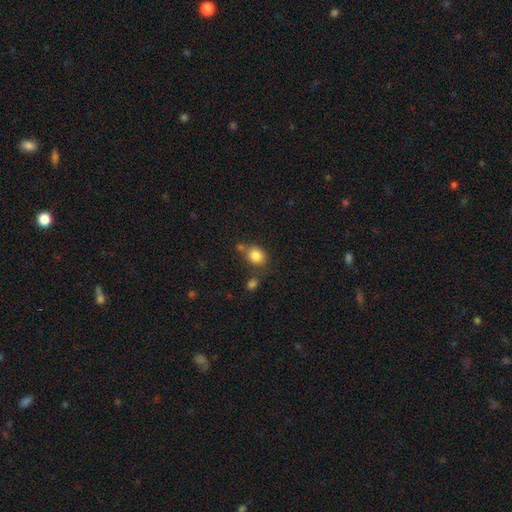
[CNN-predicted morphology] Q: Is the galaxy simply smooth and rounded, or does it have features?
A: smooth — 84%.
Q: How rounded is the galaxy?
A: round — 56%.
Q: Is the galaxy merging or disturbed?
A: none — 62%.